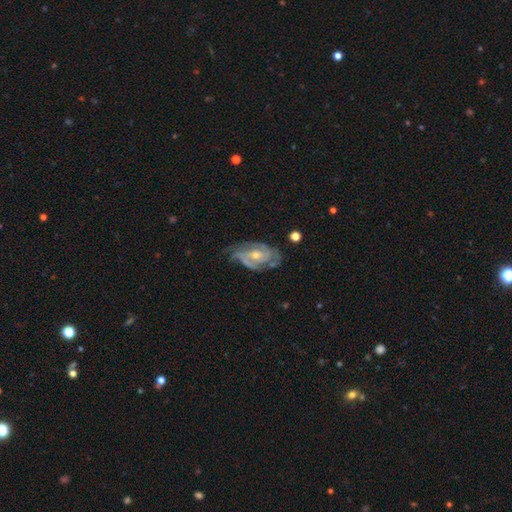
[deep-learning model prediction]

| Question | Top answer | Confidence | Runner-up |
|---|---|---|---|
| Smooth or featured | featured or disk | 85% | smooth (9%) |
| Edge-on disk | no | 96% | yes (4%) |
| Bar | no | 55% | weak (36%) |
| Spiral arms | yes | 95% | no (5%) |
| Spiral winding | tight | 48% | medium (40%) |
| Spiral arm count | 2 | 43% | 3 (24%) |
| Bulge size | small | 49% | moderate (47%) |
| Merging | none | 59% | minor disturbance (26%) |